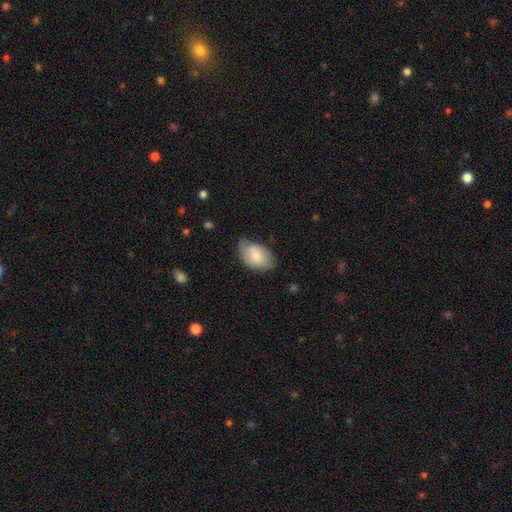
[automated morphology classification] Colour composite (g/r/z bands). It shows a smooth galaxy with no disk features (68%) that is in between round and cigar-shaped (90%). Merging: none (57%).